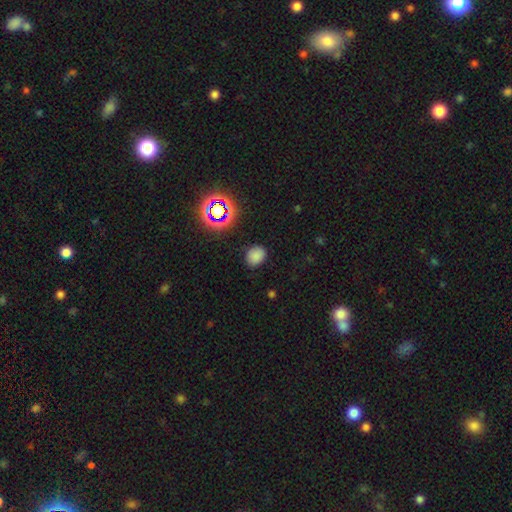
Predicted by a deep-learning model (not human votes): A smooth galaxy with no disk features (76%) that is round (54%).

Vote fractions:
- Smooth or featured? smooth: 76% / star or artifact: 18% / featured or disk: 6%
- How rounded? round: 54% / in between: 45% / cigar-shaped: 1%
- Merging? none: 82% / minor disturbance: 13% / major disturbance: 3% / merger: 2%